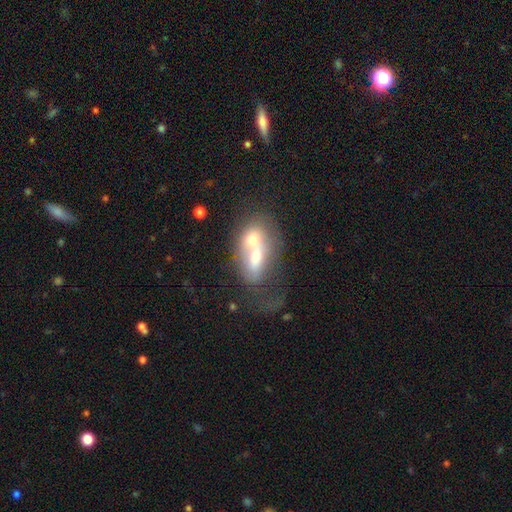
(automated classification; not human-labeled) Morphology: type=featured or disk (45%); merging=merger (74%).